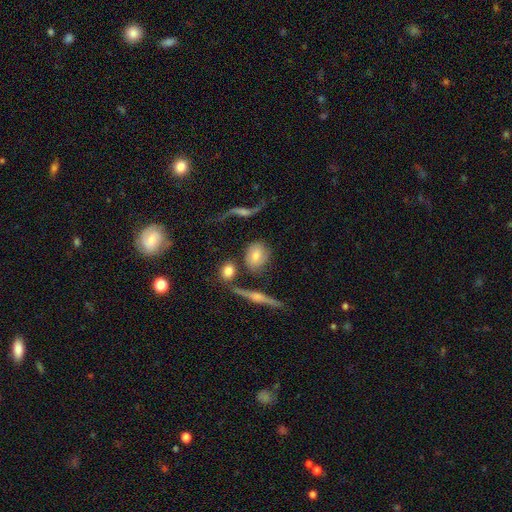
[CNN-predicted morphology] The model was most divided on "how rounded": round: 55%, in between: 41%, cigar-shaped: 4%. More confident: merging — none (68%); smooth or featured — smooth (59%).